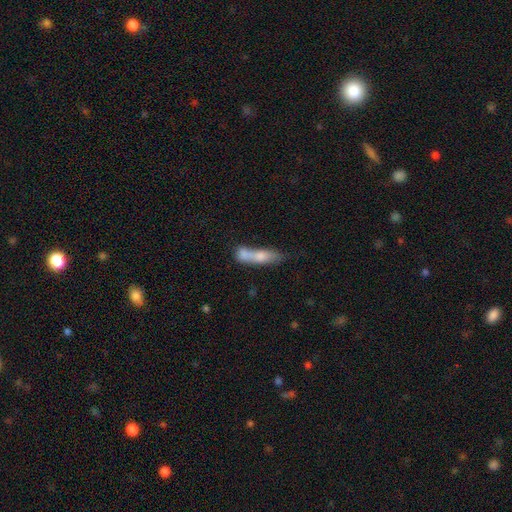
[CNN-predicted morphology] Smooth or featured?
  - smooth: 63% *
  - featured or disk: 29%
  - star or artifact: 8%
How rounded?
  - cigar-shaped: 64% *
  - in between: 32%
  - round: 4%
Merging?
  - merger: 48% *
  - none: 29%
  - minor disturbance: 14%
  - major disturbance: 8%